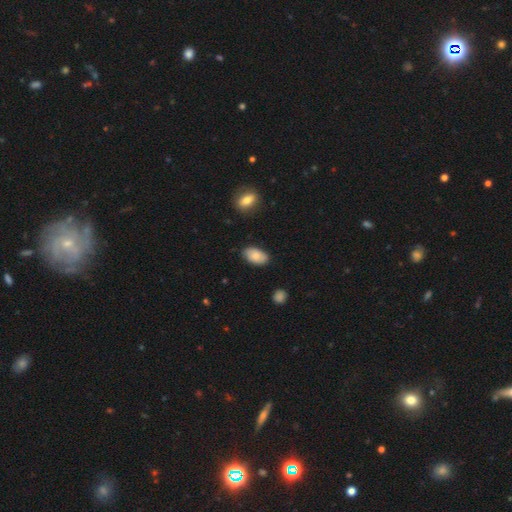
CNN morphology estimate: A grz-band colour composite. It shows a smooth galaxy with no disk features (83%) that is in between round and cigar-shaped (94%). Merging: none (82%).